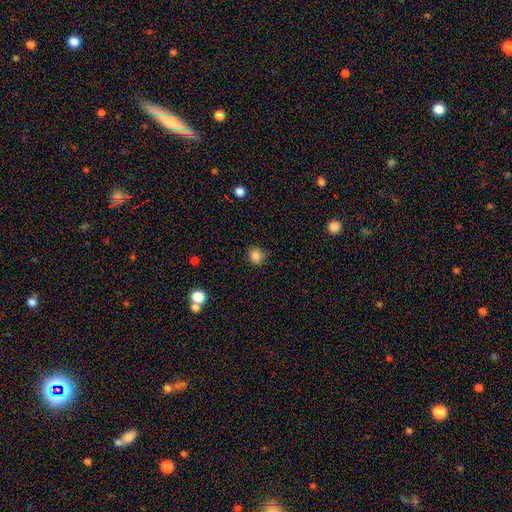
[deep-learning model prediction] A smooth galaxy with no disk features (84%) that is round (73%).

Vote fractions:
- Smooth or featured? smooth: 84% / star or artifact: 12% / featured or disk: 4%
- How rounded? round: 73% / in between: 26% / cigar-shaped: 1%
- Merging? none: 84% / minor disturbance: 12% / major disturbance: 3% / merger: 2%